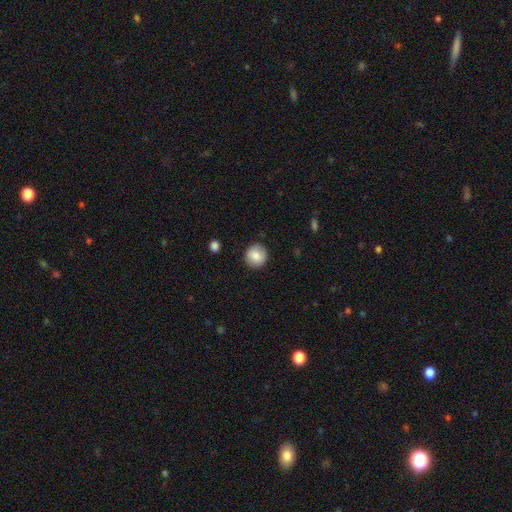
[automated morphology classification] The model was most divided on "smooth or featured": smooth: 84%, featured or disk: 9%, star or artifact: 8%. More confident: how rounded — round (93%); merging — none (89%).